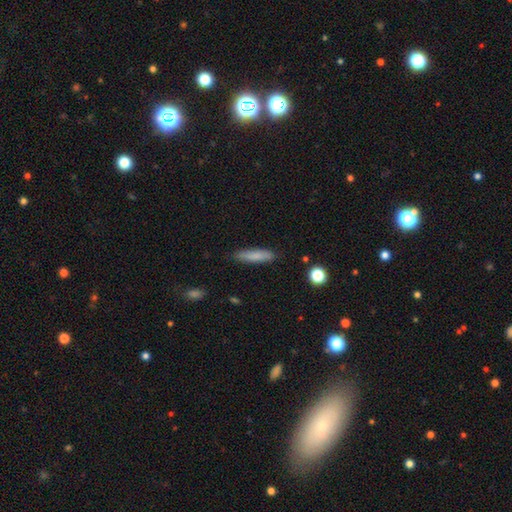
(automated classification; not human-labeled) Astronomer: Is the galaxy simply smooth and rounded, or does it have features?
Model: smooth — 81%.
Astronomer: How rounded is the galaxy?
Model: cigar-shaped — 79%.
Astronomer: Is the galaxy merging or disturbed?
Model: none — 86%.